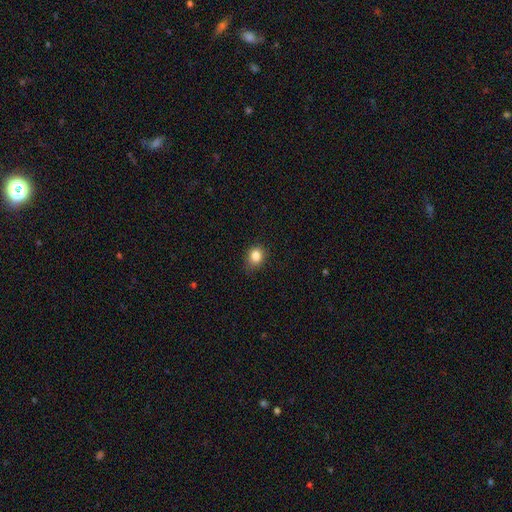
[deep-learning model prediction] A smooth galaxy with no disk features (84%) that is round (62%). Merging: none (78%).